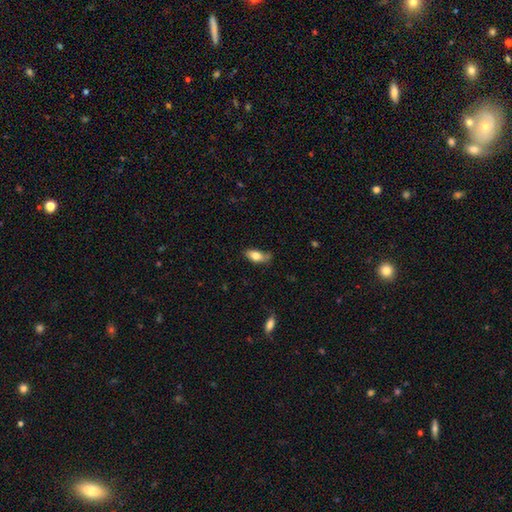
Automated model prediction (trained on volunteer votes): A smooth galaxy with no disk features (74%) that is in between round and cigar-shaped (83%).

Vote fractions:
- Smooth or featured? smooth: 74% / featured or disk: 19% / star or artifact: 7%
- How rounded? in between: 83% / cigar-shaped: 12% / round: 4%
- Merging? none: 58% / minor disturbance: 31% / major disturbance: 8% / merger: 3%